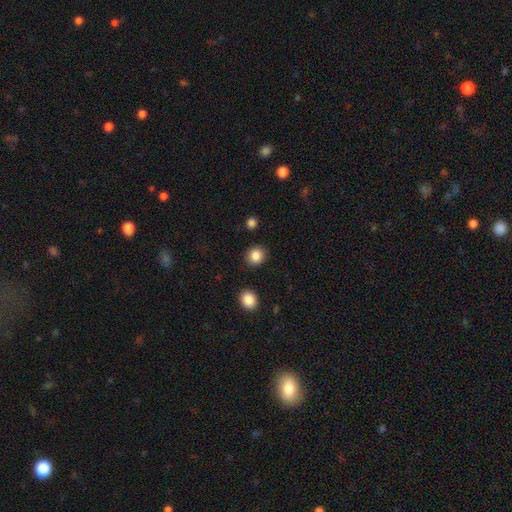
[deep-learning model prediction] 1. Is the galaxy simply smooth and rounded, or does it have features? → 86% smooth, 10% star or artifact, 4% featured or disk.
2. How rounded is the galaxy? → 81% round, 19% in between, 1% cigar-shaped.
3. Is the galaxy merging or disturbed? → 89% none, 6% minor disturbance, 2% merger, 2% major disturbance.